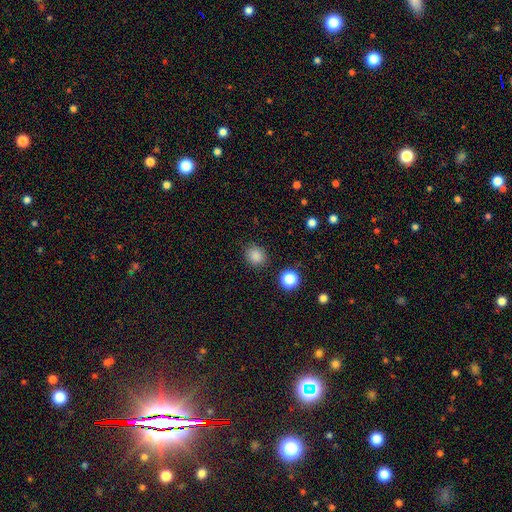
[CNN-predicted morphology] A smooth galaxy with no disk features (84%) that is round (74%). Merging: none (87%).